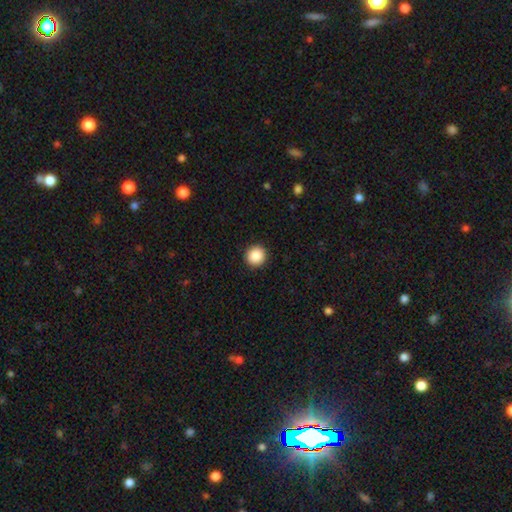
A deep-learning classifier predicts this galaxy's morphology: Smooth or featured: smooth — 88% (star or artifact — 8%)
How rounded: round — 94% (in between — 5%)
Merging: none — 93% (minor disturbance — 4%)